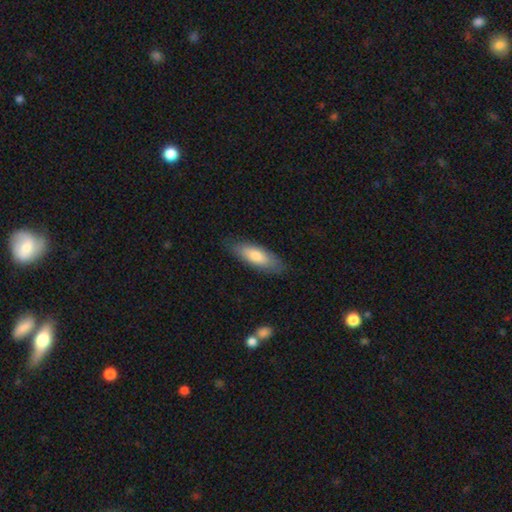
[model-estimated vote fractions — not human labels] Smooth or featured?
  - smooth: 75% *
  - featured or disk: 19%
  - star or artifact: 5%
How rounded?
  - in between: 59% *
  - cigar-shaped: 39%
  - round: 2%
Merging?
  - none: 82% *
  - minor disturbance: 13%
  - major disturbance: 3%
  - merger: 1%